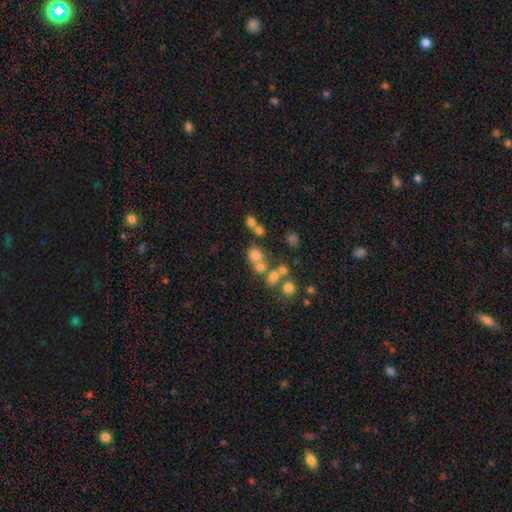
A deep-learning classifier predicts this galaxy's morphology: Overall: smooth (63%). How rounded: round (76%). Merging: none (44%; merger 41%).